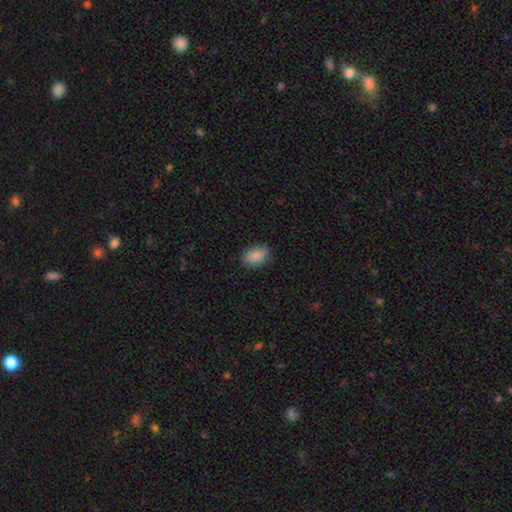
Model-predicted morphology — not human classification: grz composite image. It shows a smooth galaxy with no disk features (86%) that is in between round and cigar-shaped (87%). Merging: none (80%).